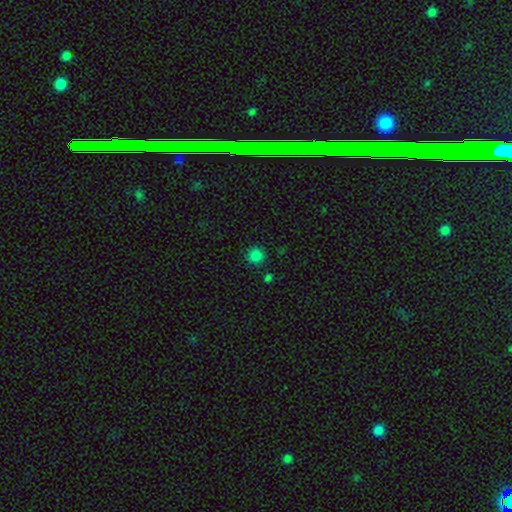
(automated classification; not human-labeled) Overall: smooth (83%). How rounded: round (93%). Merging: none (87%).